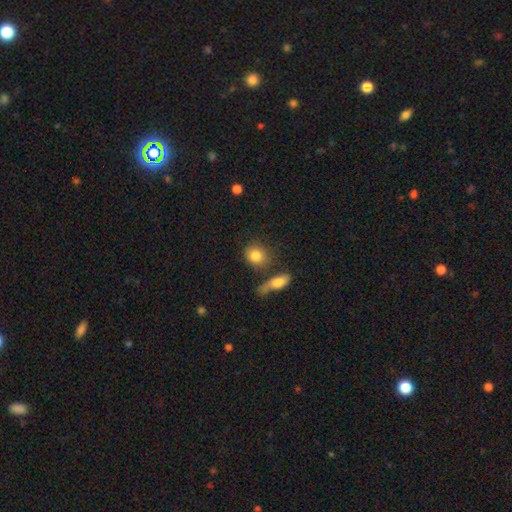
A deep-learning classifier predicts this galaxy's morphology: Overall: smooth (83%). How rounded: round (70%). Merging: none (64%).